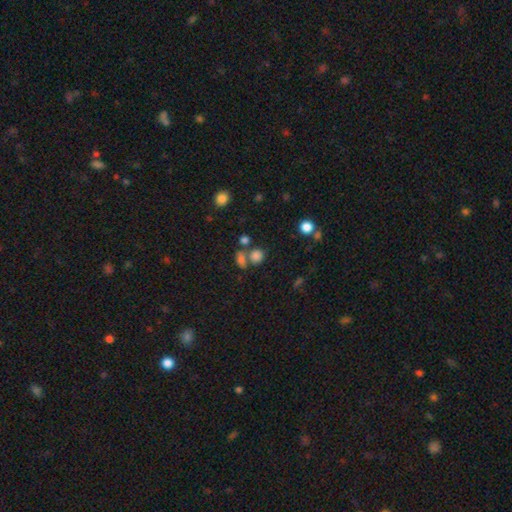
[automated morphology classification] The model was most divided on "merging": none: 52%, merger: 33%, minor disturbance: 10%, major disturbance: 5%. More confident: smooth or featured — smooth (78%); how rounded — round (75%).